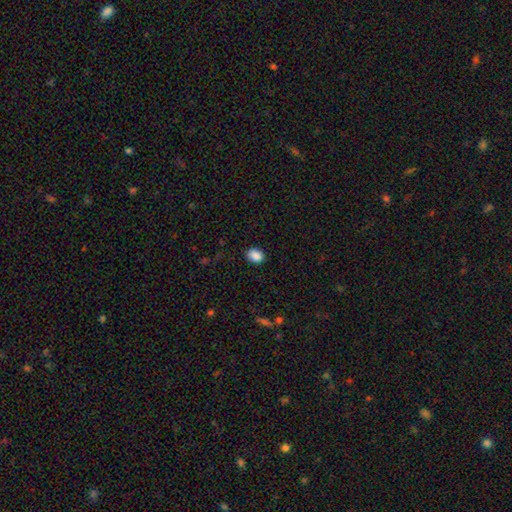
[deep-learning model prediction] This appears to be a smooth galaxy with no disk features (88%) that is in between round and cigar-shaped (67%). Merging: none (86%).